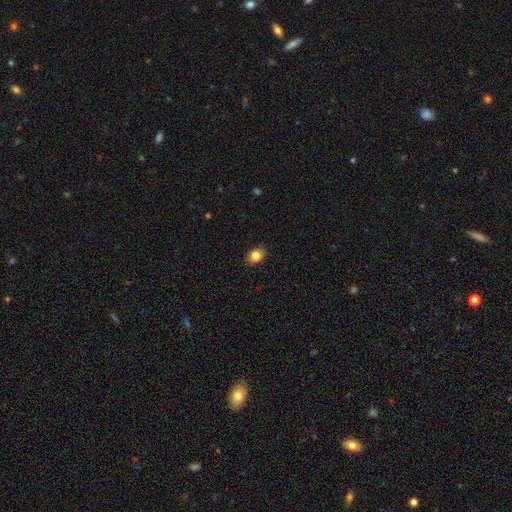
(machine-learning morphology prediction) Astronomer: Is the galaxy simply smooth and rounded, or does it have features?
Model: smooth — 84%.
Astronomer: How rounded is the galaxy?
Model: in between — 65%.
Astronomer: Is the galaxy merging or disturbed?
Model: none — 85%.